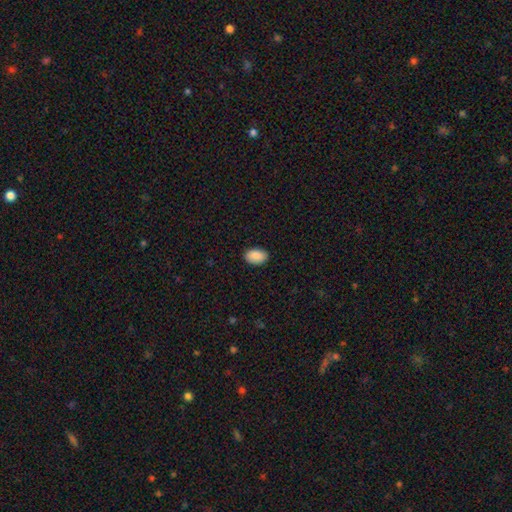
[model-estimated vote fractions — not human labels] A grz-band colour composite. It shows a smooth galaxy with no disk features (89%) that is in between round and cigar-shaped (90%). Merging: none (89%).